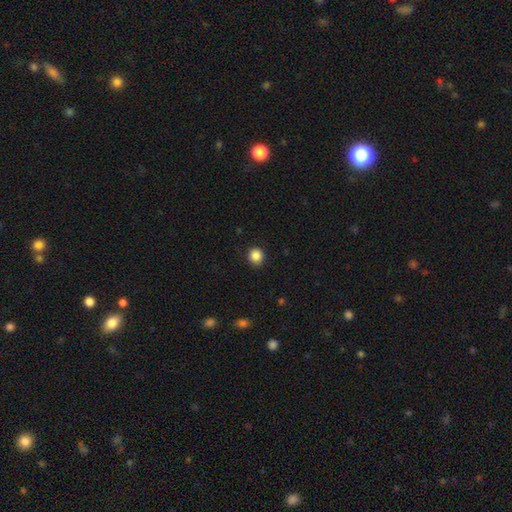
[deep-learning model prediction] This appears to be a smooth galaxy with no disk features (87%) that is round (89%). Merging: none (91%).